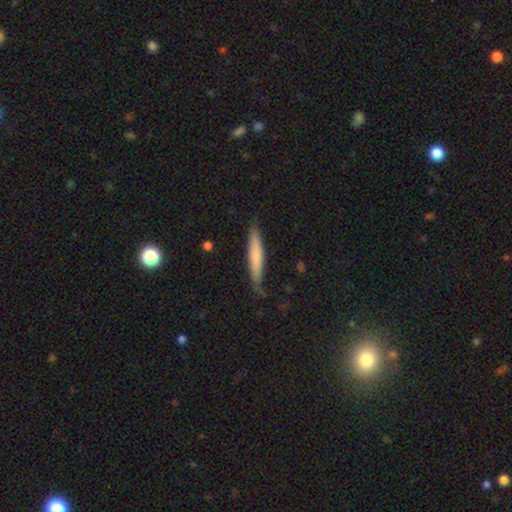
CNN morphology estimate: A smooth galaxy with no disk features (70%) that is cigar-shaped (91%). Merging: none (71%).